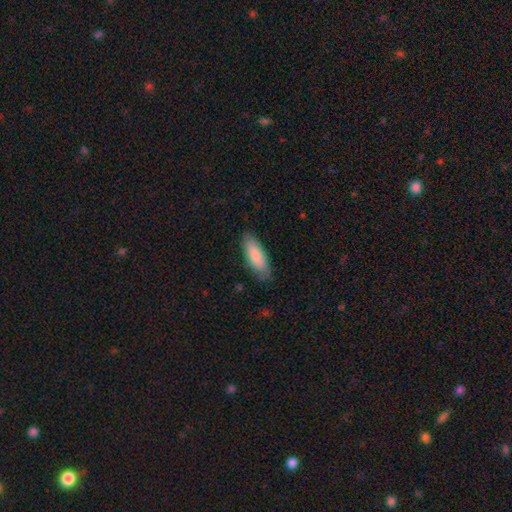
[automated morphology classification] Smooth or featured?
  - smooth: 82% *
  - featured or disk: 13%
  - star or artifact: 5%
How rounded?
  - in between: 68% *
  - cigar-shaped: 30%
  - round: 2%
Merging?
  - none: 83% *
  - minor disturbance: 13%
  - major disturbance: 3%
  - merger: 1%